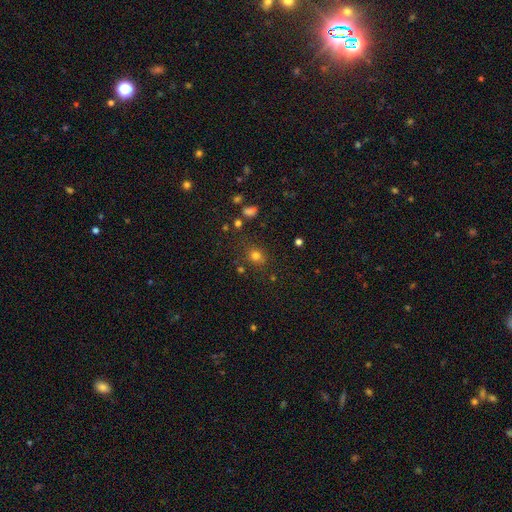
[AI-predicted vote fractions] Smooth or featured?
  - smooth: 74% *
  - star or artifact: 19%
  - featured or disk: 8%
How rounded?
  - round: 74% *
  - in between: 25%
  - cigar-shaped: 1%
Merging?
  - none: 74% *
  - minor disturbance: 14%
  - merger: 7%
  - major disturbance: 5%